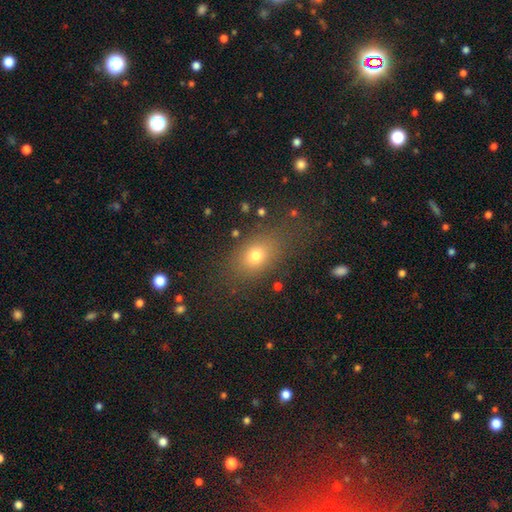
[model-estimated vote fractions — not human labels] Morphology: type=smooth (73%); roundness=in between (69%); merging=none (75%).